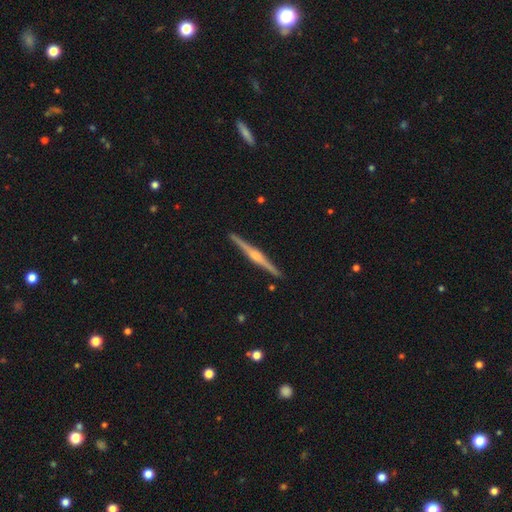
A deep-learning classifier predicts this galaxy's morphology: A featured or disk galaxy (83%) viewed edge-on (99%) with a rounded central bulge (74%). Merging: none (93%).